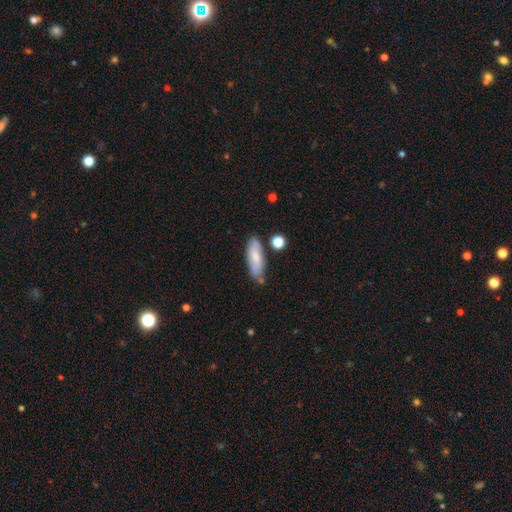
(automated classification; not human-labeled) Smooth or featured: smooth — 73% (featured or disk — 20%)
How rounded: in between — 57% (cigar-shaped — 41%)
Merging: none — 73% (minor disturbance — 18%)